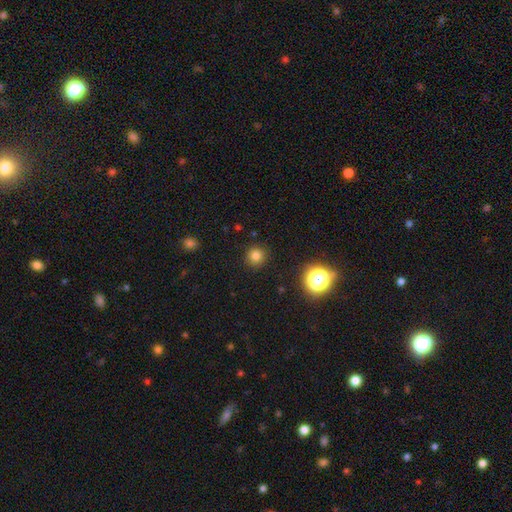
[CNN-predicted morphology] smooth 79%, star or artifact 16%, featured or disk 5%. Down the decision tree: how rounded — round (94%); merging — none (90%).